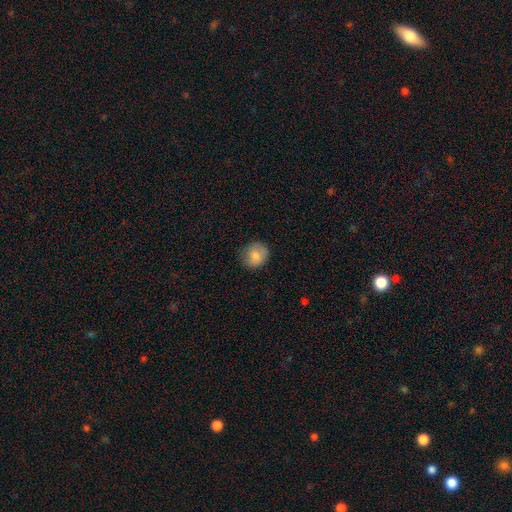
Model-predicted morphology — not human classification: A smooth galaxy with no disk features (83%) that is round (76%). Merging: none (77%).